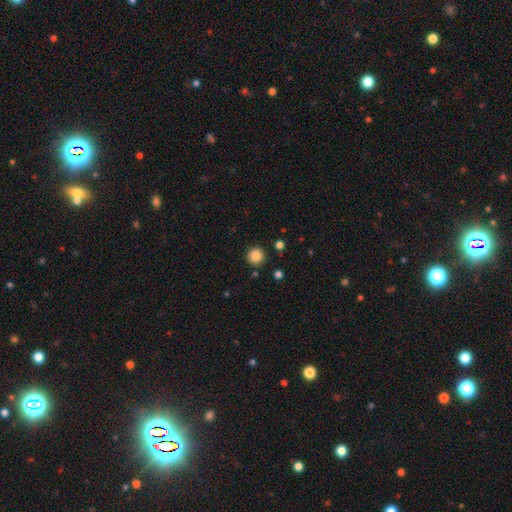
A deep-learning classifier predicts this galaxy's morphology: Smooth or featured?
  - smooth: 87% *
  - star or artifact: 10%
  - featured or disk: 3%
How rounded?
  - round: 95% *
  - in between: 4%
  - cigar-shaped: 1%
Merging?
  - none: 90% *
  - minor disturbance: 6%
  - merger: 2%
  - major disturbance: 2%